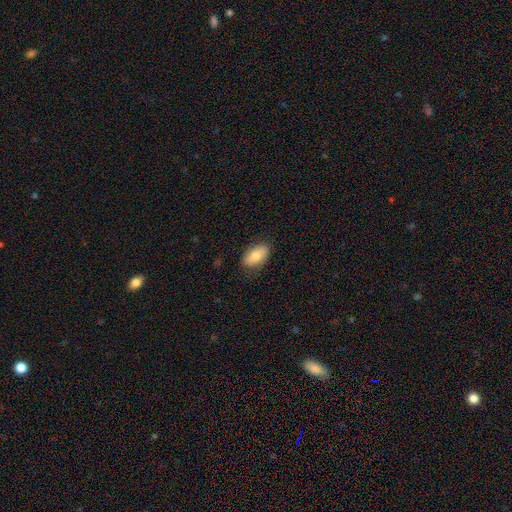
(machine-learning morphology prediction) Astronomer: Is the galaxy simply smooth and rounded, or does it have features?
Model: smooth — 77%.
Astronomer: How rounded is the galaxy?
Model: in between — 92%.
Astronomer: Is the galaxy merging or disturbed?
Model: none — 82%.